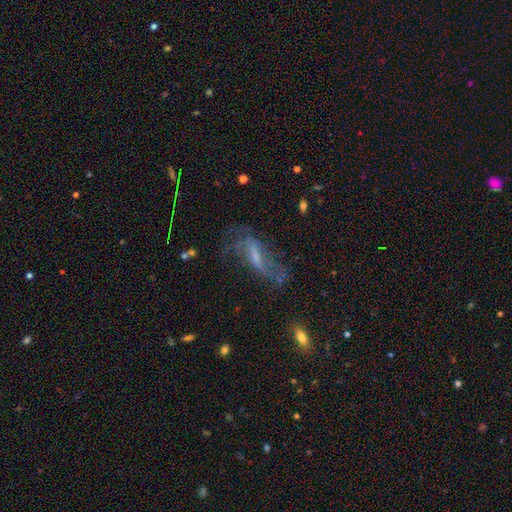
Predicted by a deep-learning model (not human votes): Overall: featured or disk (64%). Edge-on disk: no (82%). Bar: weak (41%; strong 35%). Spiral arms: yes (75%). Bulge size: small (32%; none 30%). Merging: none (46%; major disturbance 30%).